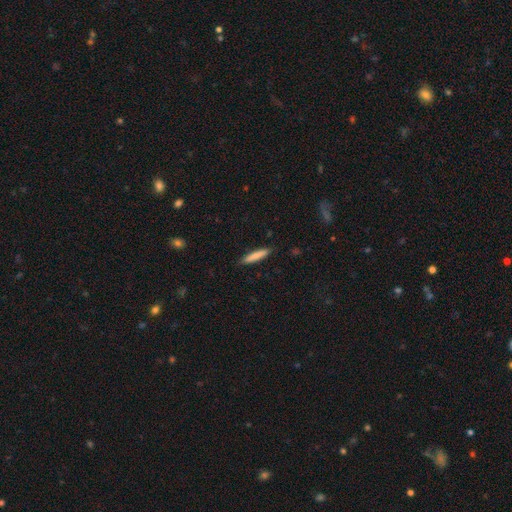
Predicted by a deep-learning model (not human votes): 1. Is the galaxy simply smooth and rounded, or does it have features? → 81% smooth, 13% featured or disk, 6% star or artifact.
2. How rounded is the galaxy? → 90% cigar-shaped, 9% in between, 1% round.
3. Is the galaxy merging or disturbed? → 89% none, 9% minor disturbance, 2% major disturbance, 1% merger.